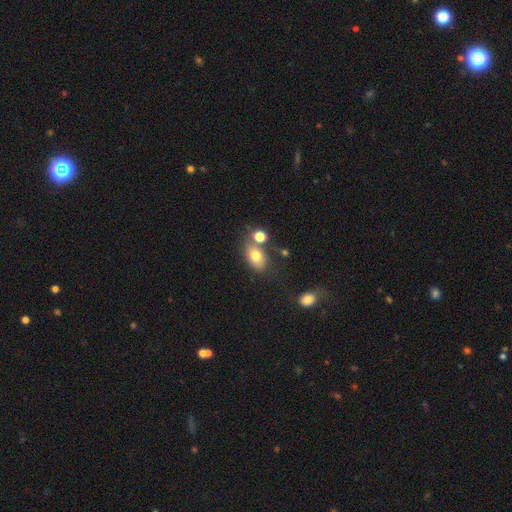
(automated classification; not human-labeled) Morphology: type=smooth (76%); roundness=in between (80%); merging=none (52%).